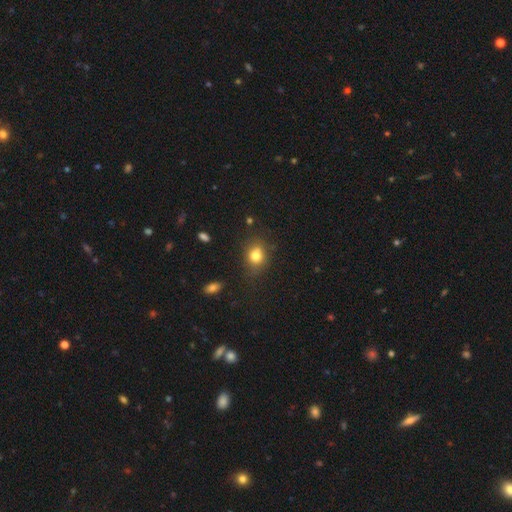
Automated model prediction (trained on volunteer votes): Smooth or featured: smooth — 79% (star or artifact — 12%)
How rounded: round — 55% (in between — 44%)
Merging: none — 71% (minor disturbance — 19%)